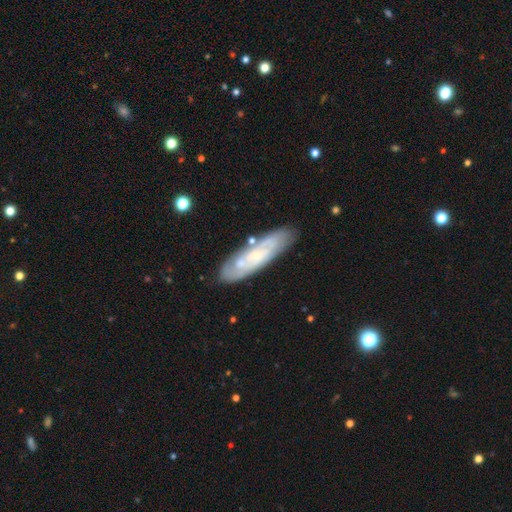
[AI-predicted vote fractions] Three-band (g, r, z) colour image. It shows a featured or disk galaxy (63%). Merging: none (79%).